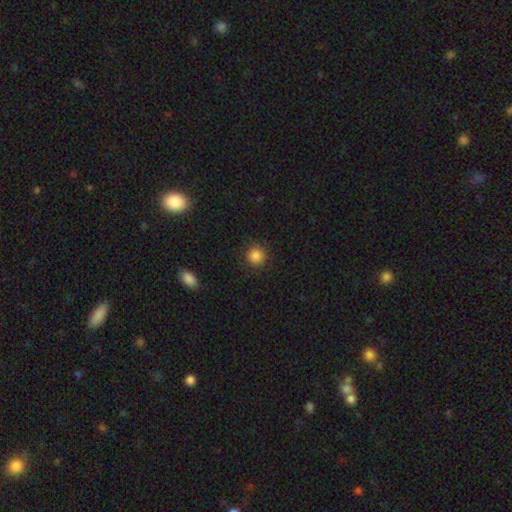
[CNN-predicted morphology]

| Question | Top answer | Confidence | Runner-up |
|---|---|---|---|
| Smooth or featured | smooth | 86% | star or artifact (10%) |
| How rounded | round | 93% | in between (6%) |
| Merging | none | 89% | minor disturbance (7%) |